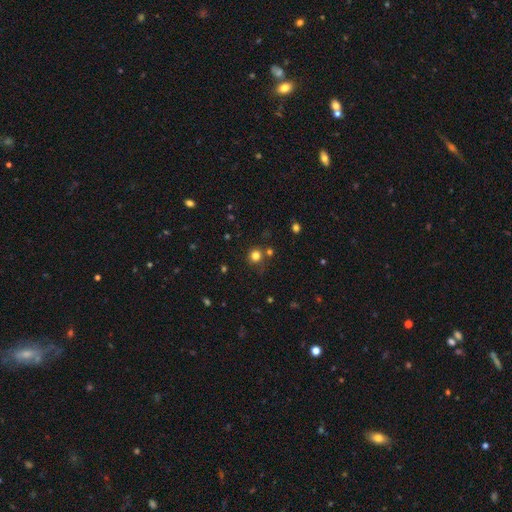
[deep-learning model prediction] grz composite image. It shows a smooth galaxy with no disk features (78%) that is round (93%). Merging: none (78%).